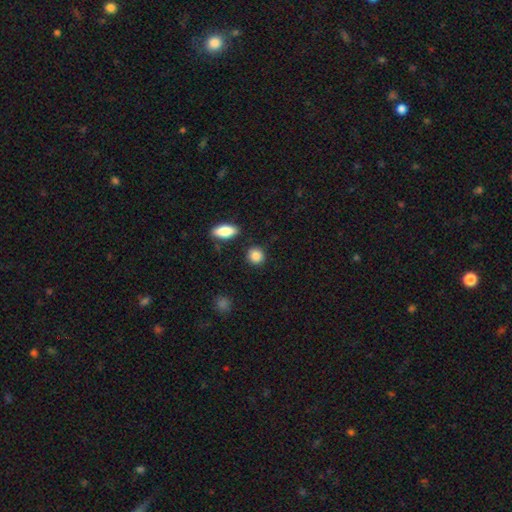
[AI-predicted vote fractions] Smooth or featured? Predicted: smooth (p=0.88). How rounded? Predicted: round (p=0.83). Merging? Predicted: none (p=0.87).